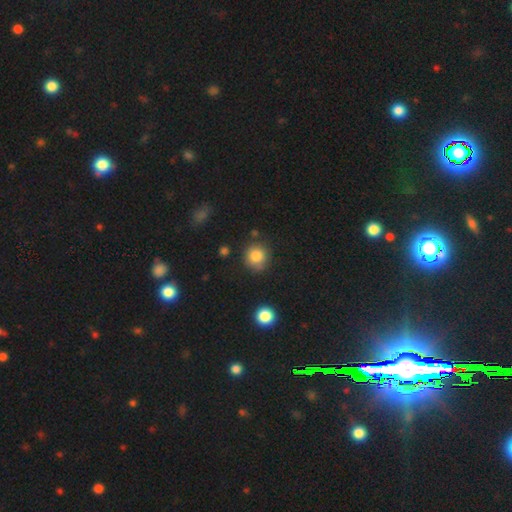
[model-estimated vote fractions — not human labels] This appears to be a smooth galaxy with no disk features (83%) that is round (87%). Merging: none (78%).